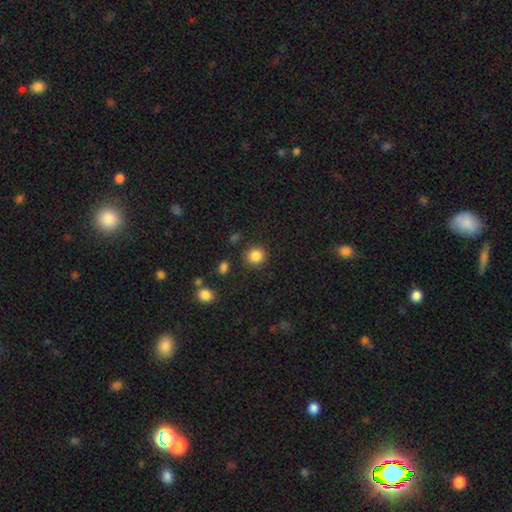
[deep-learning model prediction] smooth 86%, star or artifact 10%, featured or disk 4%. Down the decision tree: how rounded — round (88%); merging — none (85%).